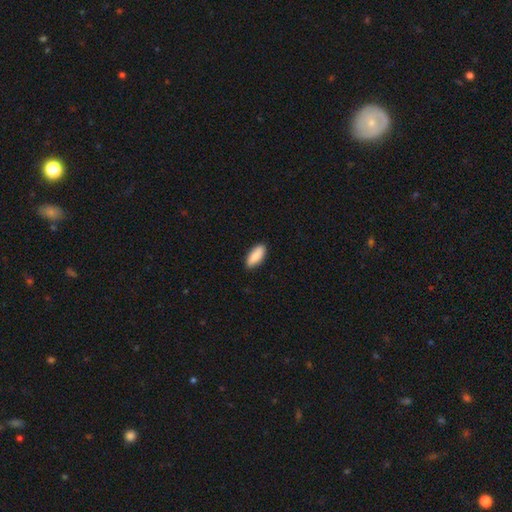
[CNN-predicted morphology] smooth-or-featured: smooth: 89% | star or artifact: 5% | featured or disk: 5%
  how-rounded: in between: 79% | cigar-shaped: 19% | round: 2%
  merging: none: 87% | minor disturbance: 10% | major disturbance: 2% | merger: 1%